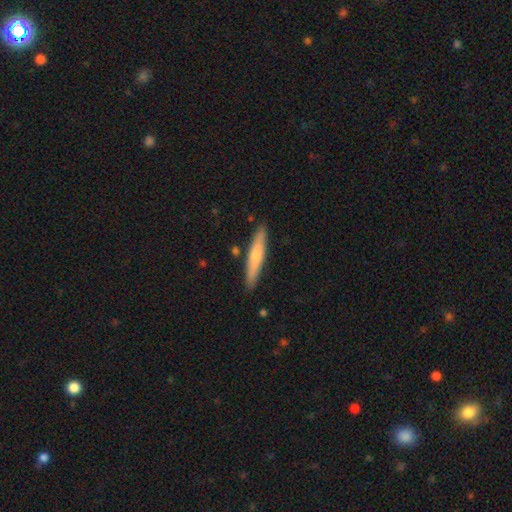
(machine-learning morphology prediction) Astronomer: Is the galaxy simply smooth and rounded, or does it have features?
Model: smooth — 58% (runner-up: featured or disk, 37%).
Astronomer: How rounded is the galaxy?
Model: cigar-shaped — 92%.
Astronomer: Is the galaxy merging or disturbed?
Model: none — 87%.